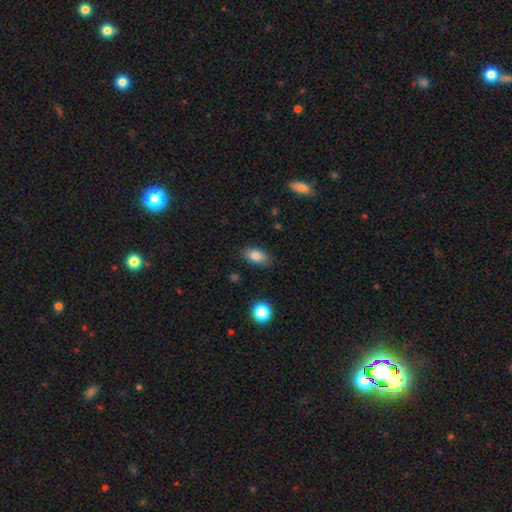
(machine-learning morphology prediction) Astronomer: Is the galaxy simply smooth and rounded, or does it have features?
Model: smooth — 81%.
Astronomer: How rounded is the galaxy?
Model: in between — 89%.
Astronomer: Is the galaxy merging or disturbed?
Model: none — 85%.